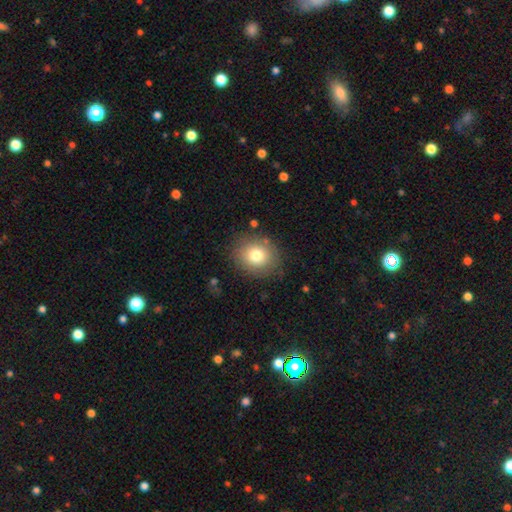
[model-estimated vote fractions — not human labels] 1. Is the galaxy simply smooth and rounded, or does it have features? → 76% smooth, 14% star or artifact, 11% featured or disk.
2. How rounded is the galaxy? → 74% round, 25% in between, 1% cigar-shaped.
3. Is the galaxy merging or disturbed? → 87% none, 9% minor disturbance, 3% major disturbance, 2% merger.